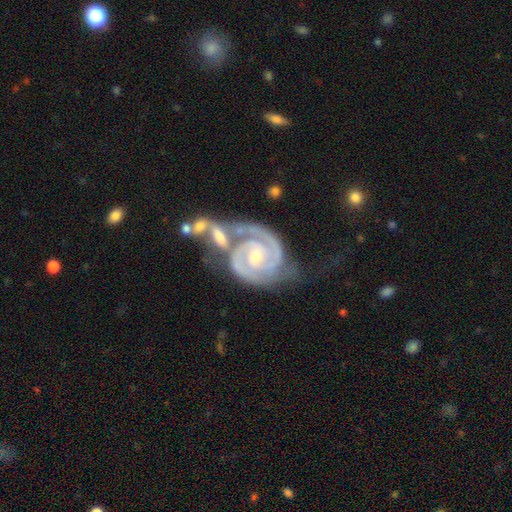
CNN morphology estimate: Smooth or featured?
  - featured or disk: 93% *
  - star or artifact: 4%
  - smooth: 3%
Edge-on disk?
  - no: 98% *
  - yes: 2%
Bar?
  - no: 44% *
  - weak: 39%
  - strong: 17%
Spiral arms?
  - yes: 98% *
  - no: 2%
Spiral winding?
  - tight: 70% *
  - medium: 26%
  - loose: 4%
Spiral arm count?
  - 2: 84% *
  - 3: 7%
  - can't tell: 4%
  - 1: 3%
  - 4: 2%
  - more than 4: 2%
Bulge size?
  - small: 52% *
  - moderate: 42%
  - none: 2%
  - large: 2%
  - dominant: 1%
Merging?
  - merger: 44% *
  - none: 29%
  - minor disturbance: 15%
  - major disturbance: 12%